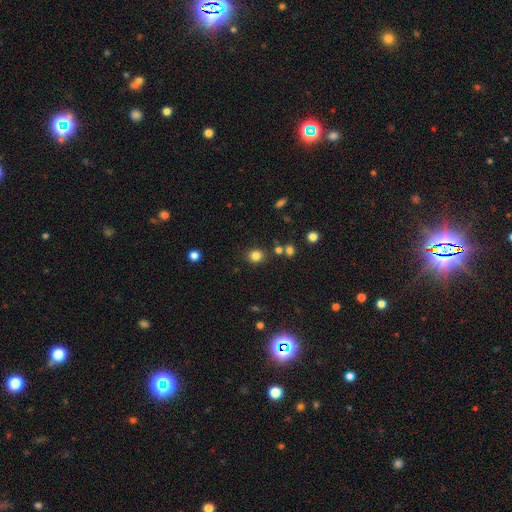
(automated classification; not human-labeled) Overall: smooth (81%). How rounded: round (77%). Merging: none (83%).